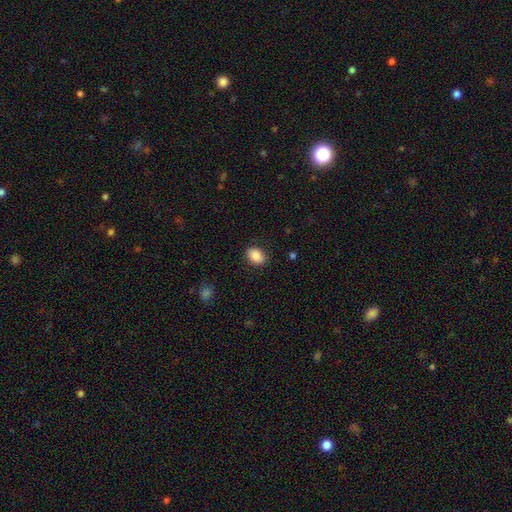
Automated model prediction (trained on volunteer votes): This appears to be a smooth galaxy with no disk features (86%) that is in between round and cigar-shaped (72%). Merging: none (87%).